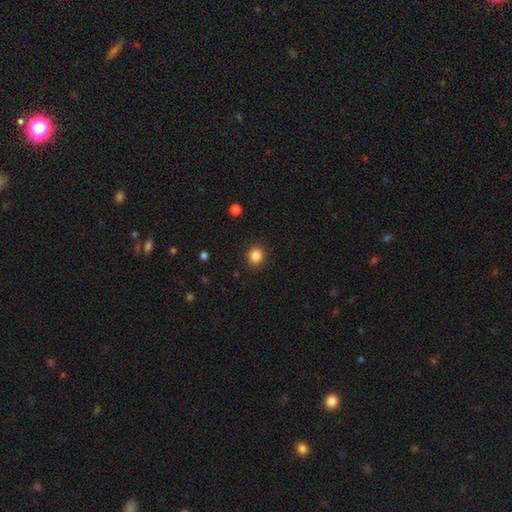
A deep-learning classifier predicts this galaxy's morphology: The model was most divided on "smooth or featured": smooth: 85%, star or artifact: 11%, featured or disk: 4%. More confident: merging — none (91%); how rounded — round (88%).